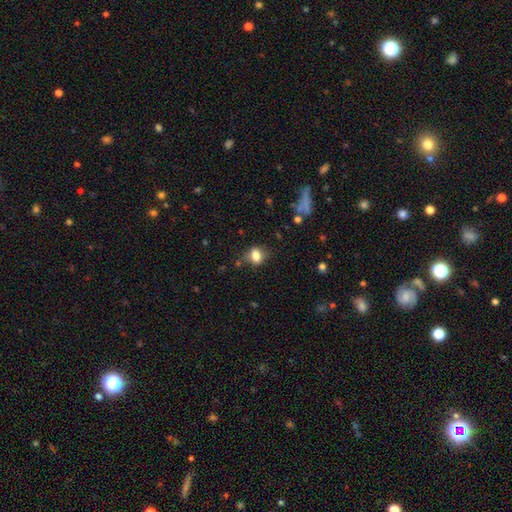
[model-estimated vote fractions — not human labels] This is likely a smooth galaxy (78%). How rounded: possibly in between (59%). Merging: likely none (69%).